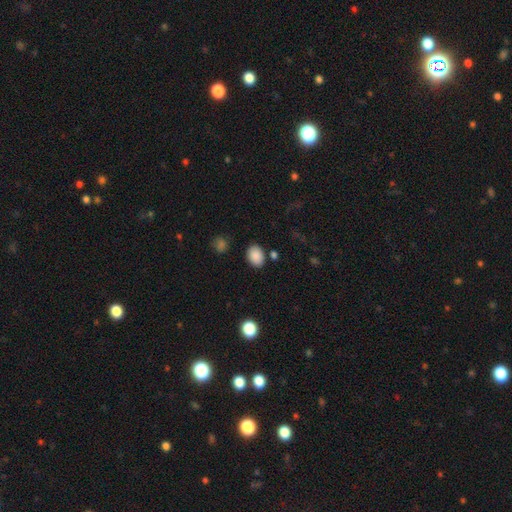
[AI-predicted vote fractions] Q: Smooth or featured?
A: smooth (88%); runner-up: star or artifact (9%)
Q: How rounded?
A: in between (73%); runner-up: round (26%)
Q: Merging?
A: none (82%); runner-up: minor disturbance (11%)